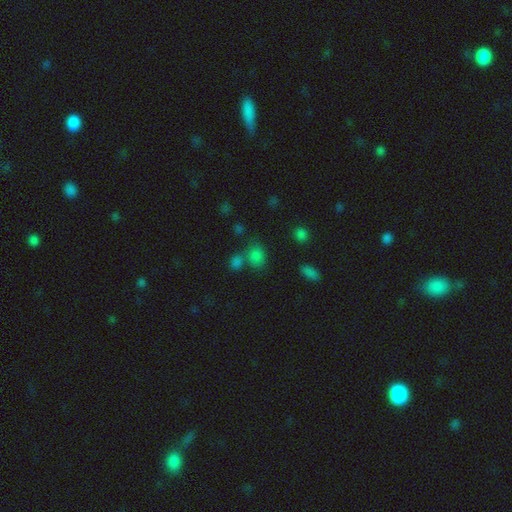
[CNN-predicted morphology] smooth_or_featured: smooth (p=0.77) [alt: star or artifact p=0.16]
how_rounded: in between (p=0.54) [alt: round p=0.44]
merging: none (p=0.51) [alt: merger p=0.30]